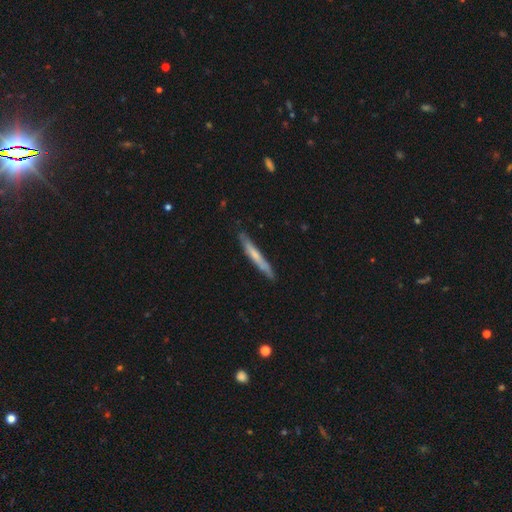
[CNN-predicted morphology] Smooth or featured? Predicted: smooth (p=0.55). How rounded? Predicted: cigar-shaped (p=0.96). Merging? Predicted: none (p=0.85).